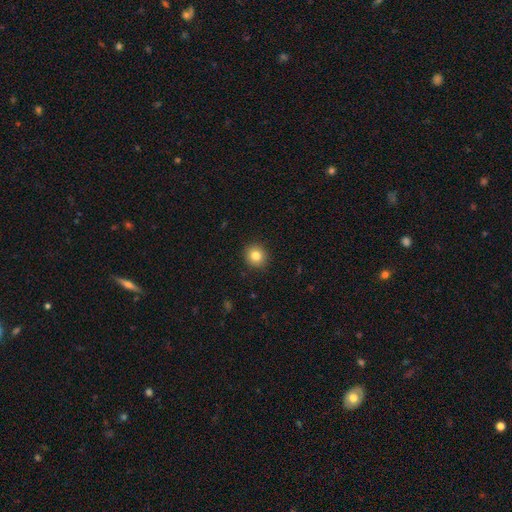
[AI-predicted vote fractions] Smooth or featured: smooth — 82% (star or artifact — 11%)
How rounded: round — 91% (in between — 9%)
Merging: none — 92% (minor disturbance — 5%)